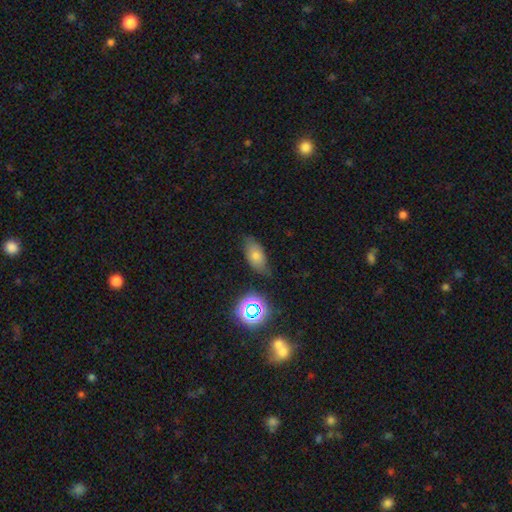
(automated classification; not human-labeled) This is likely a smooth galaxy (68%). How rounded: clearly in between (87%). Merging: likely none (70%).